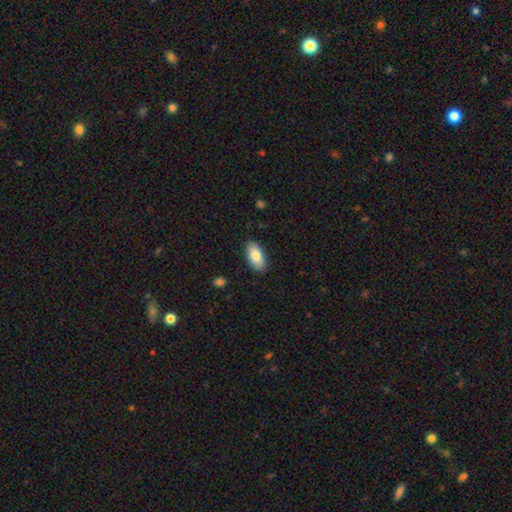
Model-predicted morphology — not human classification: This is clearly a smooth galaxy (82%). How rounded: clearly in between (93%). Merging: clearly none (88%).